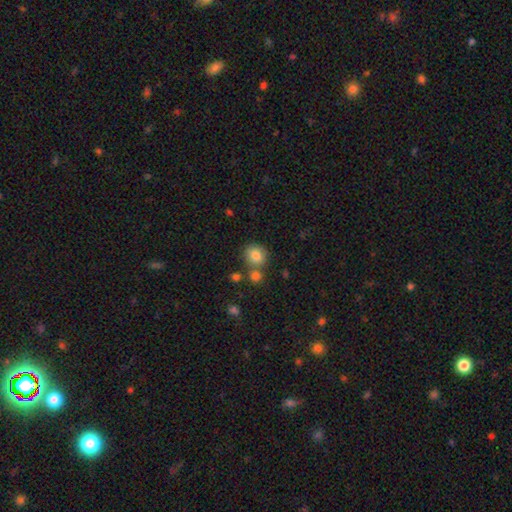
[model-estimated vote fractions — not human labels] A smooth galaxy with no disk features (83%) that is round (79%).

Vote fractions:
- Smooth or featured? smooth: 83% / star or artifact: 10% / featured or disk: 7%
- How rounded? round: 79% / in between: 20% / cigar-shaped: 1%
- Merging? none: 66% / merger: 18% / minor disturbance: 12% / major disturbance: 4%